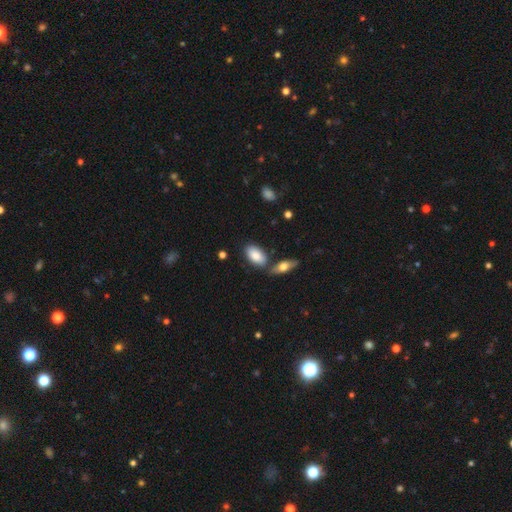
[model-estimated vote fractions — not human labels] Q: Smooth or featured?
A: smooth (84%); runner-up: featured or disk (10%)
Q: How rounded?
A: in between (94%); runner-up: cigar-shaped (3%)
Q: Merging?
A: none (67%); runner-up: merger (17%)